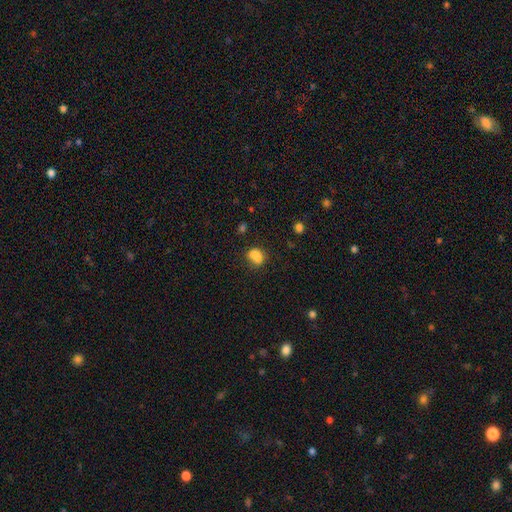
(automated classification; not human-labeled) This appears to be a smooth galaxy with no disk features (76%) that is in between round and cigar-shaped (58%). Merging: none (40%).